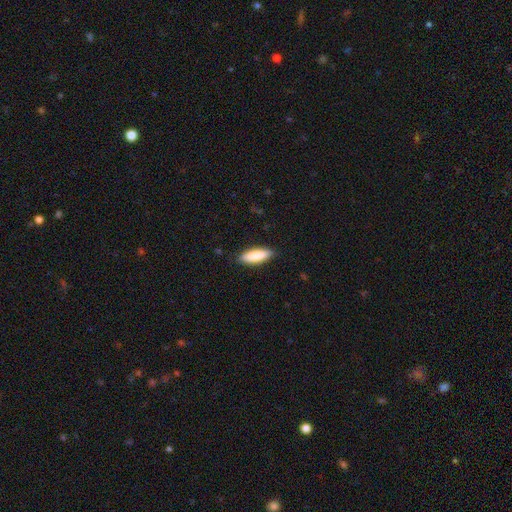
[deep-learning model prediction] smooth-or-featured: smooth: 84% | featured or disk: 10% | star or artifact: 5%
  how-rounded: in between: 55% | cigar-shaped: 44% | round: 2%
  merging: none: 87% | minor disturbance: 10% | major disturbance: 2% | merger: 1%